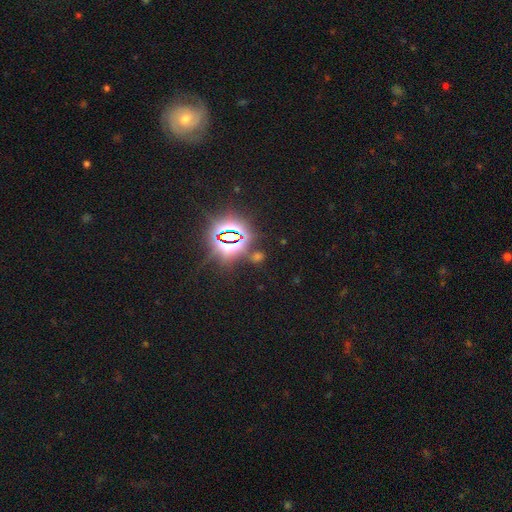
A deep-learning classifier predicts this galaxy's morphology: Q: Smooth or featured?
A: star or artifact (80%); runner-up: smooth (12%)